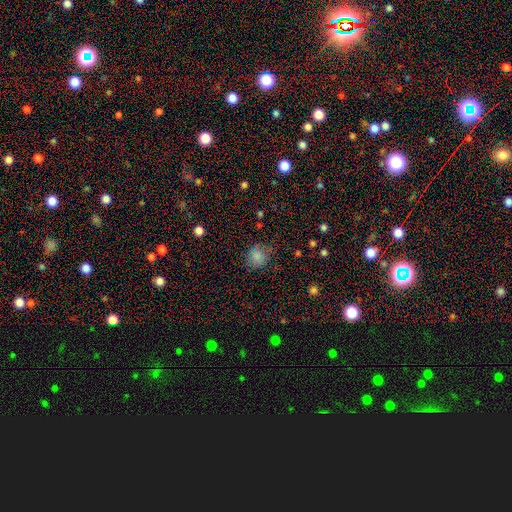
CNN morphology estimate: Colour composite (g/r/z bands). It shows a smooth galaxy with no disk features (81%) that is round (70%). Merging: none (69%).